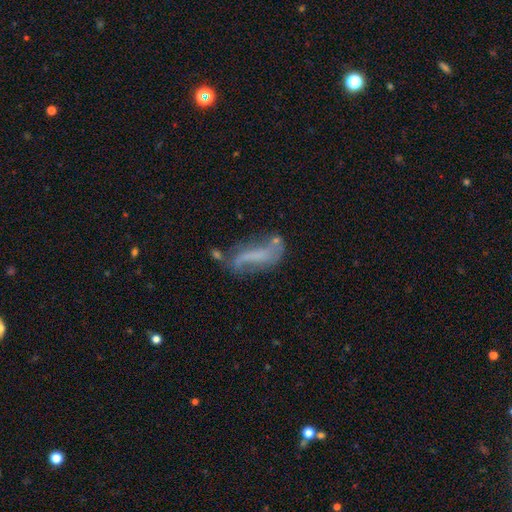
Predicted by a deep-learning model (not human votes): Smooth or featured: featured or disk — 56% (smooth — 33%)
Edge-on disk: no — 86% (yes — 14%)
Merging: none — 40% (minor disturbance — 25%)